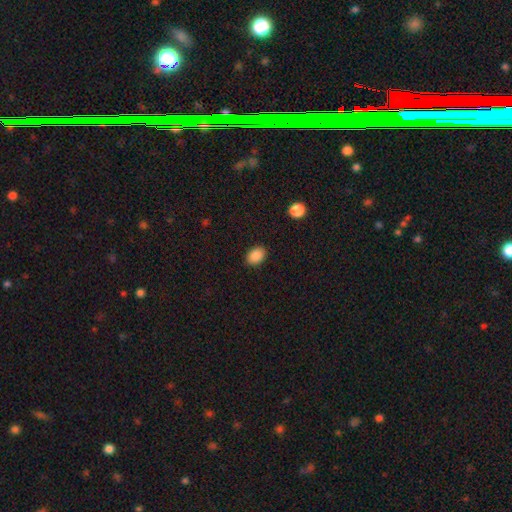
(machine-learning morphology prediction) Overall: smooth (89%). How rounded: in between (75%). Merging: none (89%).